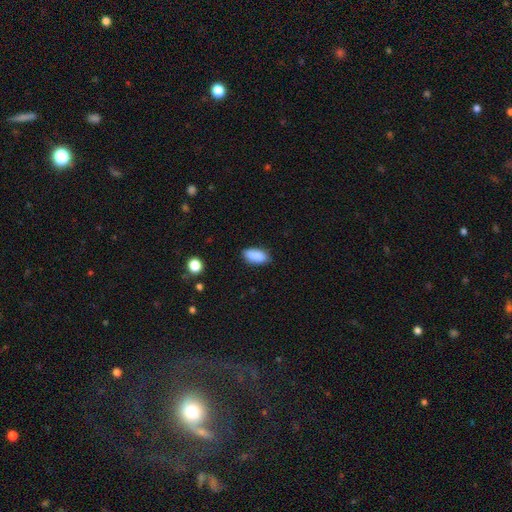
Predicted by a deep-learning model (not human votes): A smooth galaxy with no disk features (89%) that is in between round and cigar-shaped (91%).

Vote fractions:
- Smooth or featured? smooth: 89% / star or artifact: 7% / featured or disk: 4%
- How rounded? in between: 91% / cigar-shaped: 7% / round: 3%
- Merging? none: 83% / minor disturbance: 13% / major disturbance: 3% / merger: 1%